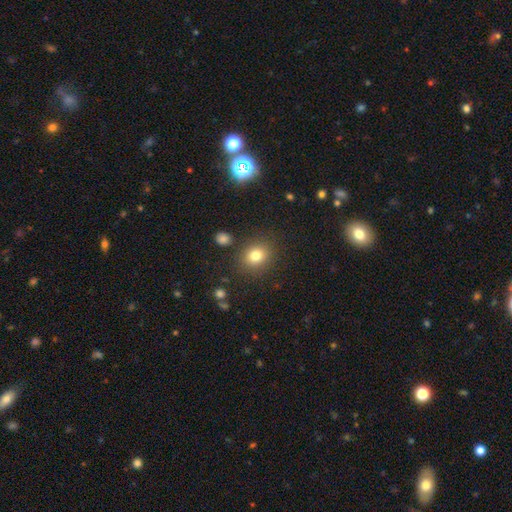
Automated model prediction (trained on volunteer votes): smooth 79%, star or artifact 13%, featured or disk 8%. Down the decision tree: how rounded — round (70%); merging — none (84%).